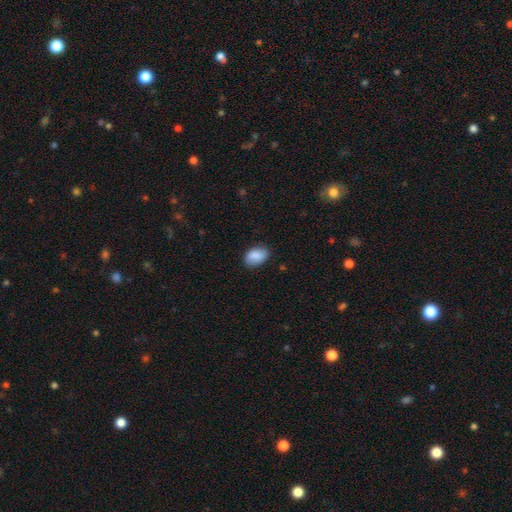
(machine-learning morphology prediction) A smooth galaxy with no disk features (87%) that is in between round and cigar-shaped (86%).

Vote fractions:
- Smooth or featured? smooth: 87% / star or artifact: 7% / featured or disk: 6%
- How rounded? in between: 86% / round: 13% / cigar-shaped: 1%
- Merging? none: 80% / minor disturbance: 16% / major disturbance: 3% / merger: 1%